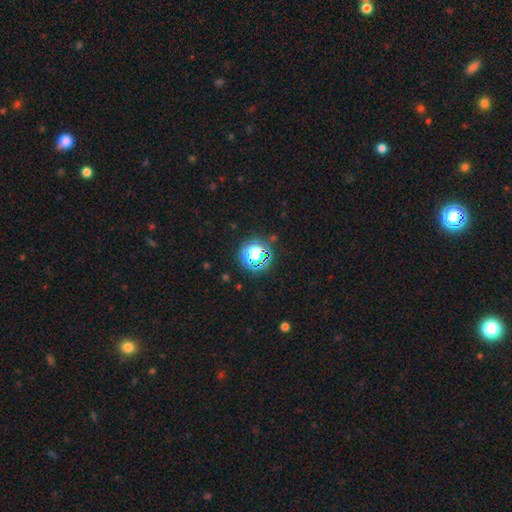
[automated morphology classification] smooth-or-featured: star or artifact: 56% | smooth: 34% | featured or disk: 10%